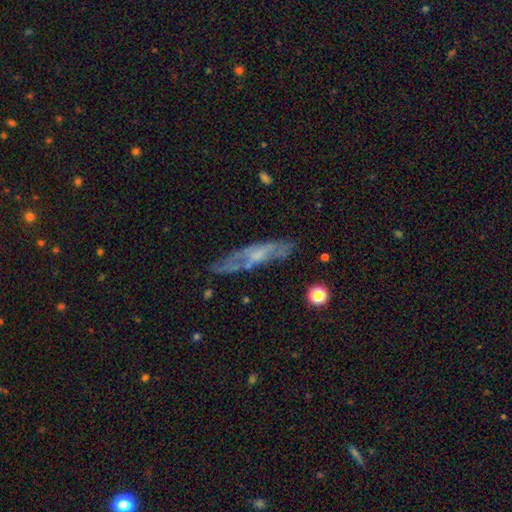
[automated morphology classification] Q: Smooth or featured?
A: featured or disk (59%); runner-up: smooth (34%)
Q: Edge-on disk?
A: no (58%); runner-up: yes (42%)
Q: Merging?
A: none (59%); runner-up: minor disturbance (24%)